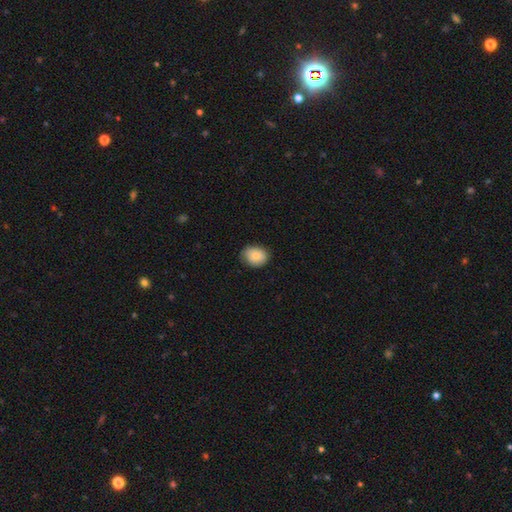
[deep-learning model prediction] Smooth or featured? smooth (84%)
How rounded? round (50%)
Merging? none (78%)